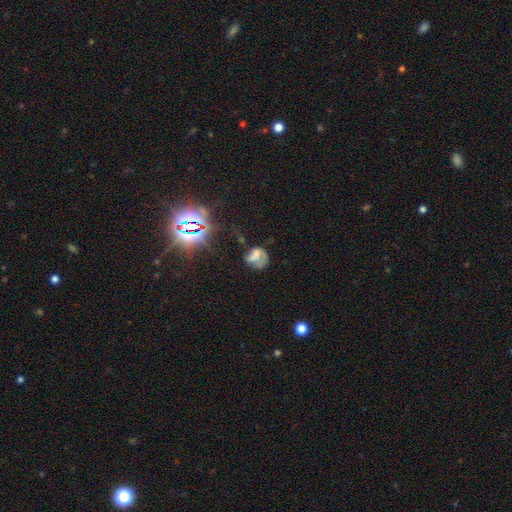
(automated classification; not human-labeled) featured or disk 41%, smooth 40%, star or artifact 19%. Down the decision tree: merging — none (33%, tied with major disturbance).